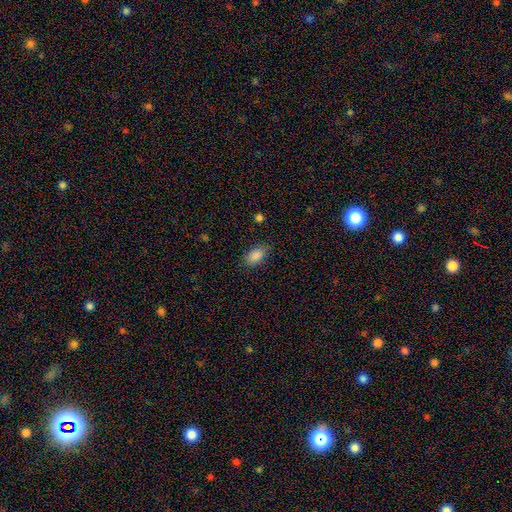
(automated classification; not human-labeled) A smooth galaxy with no disk features (86%) that is in between round and cigar-shaped (89%).

Vote fractions:
- Smooth or featured? smooth: 86% / star or artifact: 8% / featured or disk: 6%
- How rounded? in between: 89% / round: 7% / cigar-shaped: 4%
- Merging? none: 81% / minor disturbance: 15% / major disturbance: 3% / merger: 1%